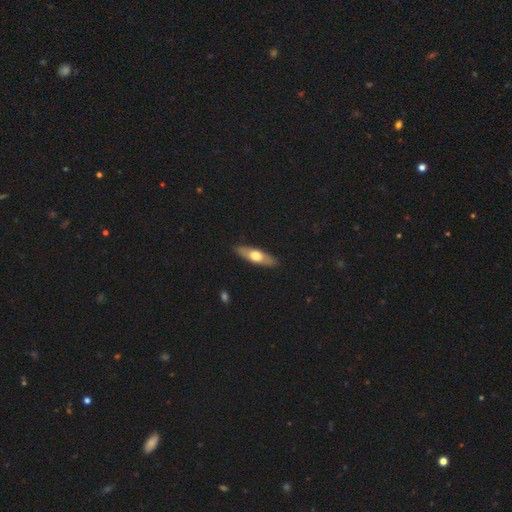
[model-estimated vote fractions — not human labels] Overall: smooth (52%; featured or disk 43%). How rounded: cigar-shaped (55%; in between 42%). Merging: none (89%).